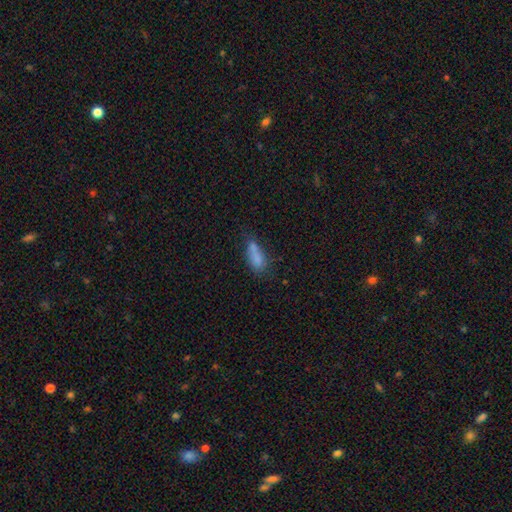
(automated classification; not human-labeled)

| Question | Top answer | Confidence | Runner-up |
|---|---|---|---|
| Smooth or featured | smooth | 74% | featured or disk (14%) |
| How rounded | in between | 73% | cigar-shaped (22%) |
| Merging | none | 36% | merger (28%) |